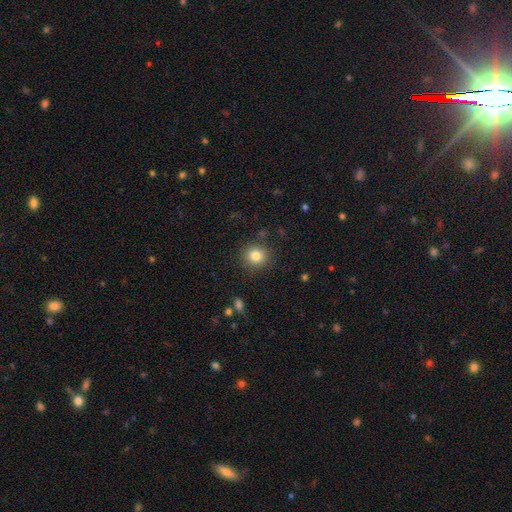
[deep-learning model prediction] smooth-or-featured: smooth: 82% | star or artifact: 11% | featured or disk: 7%
  how-rounded: round: 88% | in between: 12% | cigar-shaped: 1%
  merging: none: 87% | minor disturbance: 9% | major disturbance: 3% | merger: 2%